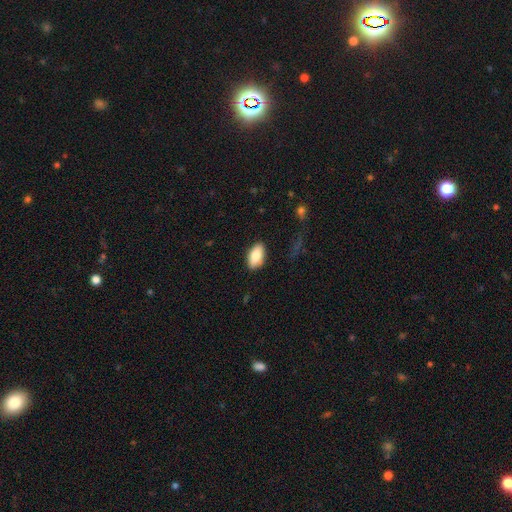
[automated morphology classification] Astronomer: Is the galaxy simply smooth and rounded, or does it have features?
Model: smooth — 80%.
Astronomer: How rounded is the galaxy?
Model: in between — 92%.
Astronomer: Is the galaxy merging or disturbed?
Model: none — 85%.